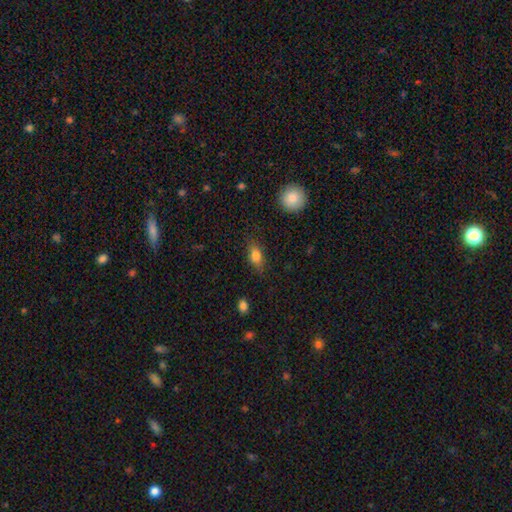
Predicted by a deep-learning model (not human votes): Smooth or featured: smooth — 79% (featured or disk — 12%)
How rounded: in between — 78% (round — 11%)
Merging: none — 77% (minor disturbance — 17%)